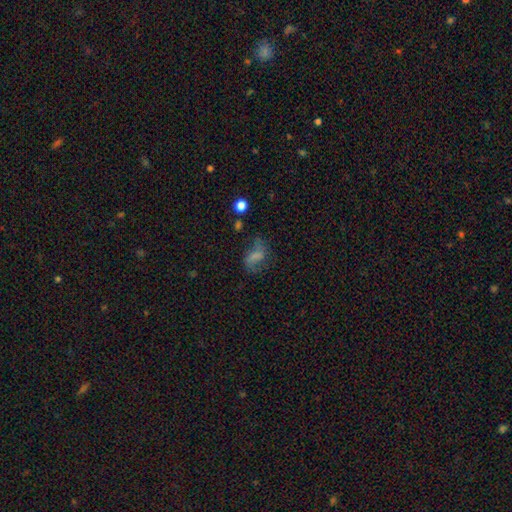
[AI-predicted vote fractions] A smooth galaxy with no disk features (44%).

Vote fractions:
- Smooth or featured? smooth: 44% / featured or disk: 41% / star or artifact: 15%
- Merging? none: 47% / major disturbance: 25% / minor disturbance: 23% / merger: 5%